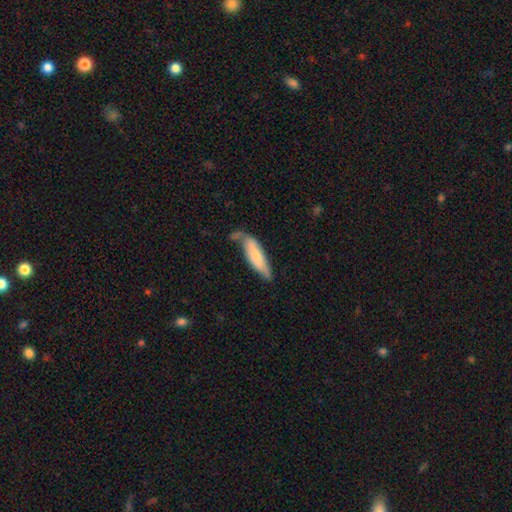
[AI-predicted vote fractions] A smooth galaxy with no disk features (66%) that is cigar-shaped (59%).

Vote fractions:
- Smooth or featured? smooth: 66% / featured or disk: 28% / star or artifact: 6%
- How rounded? cigar-shaped: 59% / in between: 39% / round: 2%
- Merging? none: 44% / minor disturbance: 32% / major disturbance: 13% / merger: 11%